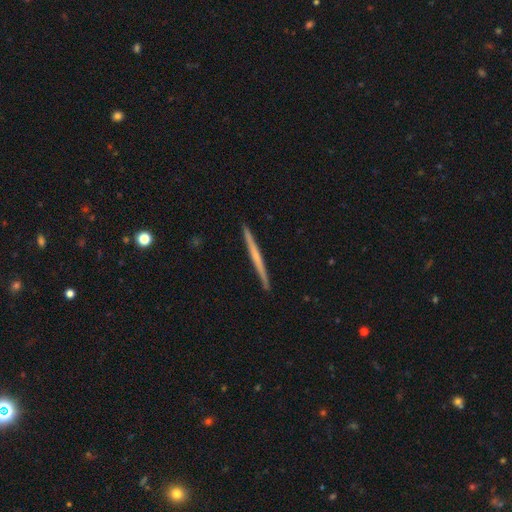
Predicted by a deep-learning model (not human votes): Q: Smooth or featured?
A: featured or disk (58%); runner-up: smooth (37%)
Q: Edge-on disk?
A: yes (98%); runner-up: no (2%)
Q: Edge-on bulge?
A: none (78%); runner-up: rounded (17%)
Q: Merging?
A: none (92%); runner-up: minor disturbance (5%)